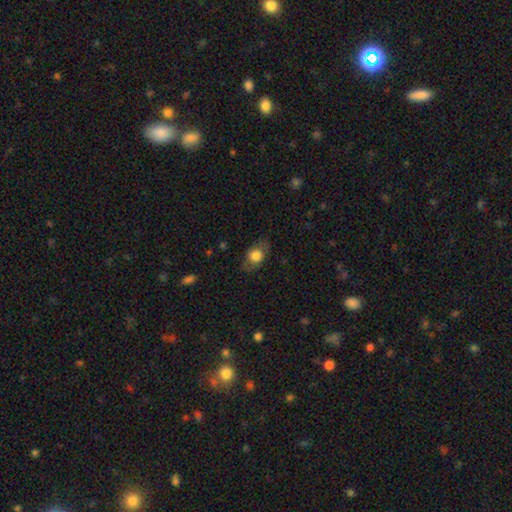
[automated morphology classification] Smooth or featured?
  - smooth: 71% *
  - featured or disk: 22%
  - star or artifact: 8%
How rounded?
  - in between: 72% *
  - round: 25%
  - cigar-shaped: 3%
Merging?
  - none: 77% *
  - minor disturbance: 16%
  - major disturbance: 6%
  - merger: 1%